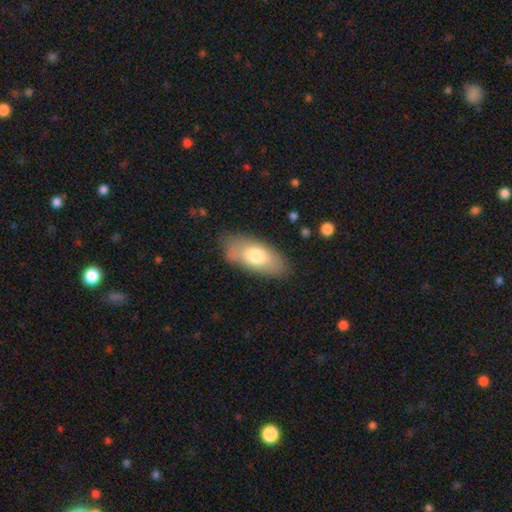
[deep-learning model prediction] This is likely a smooth galaxy (70%). How rounded: clearly in between (88%). Merging: likely none (76%).